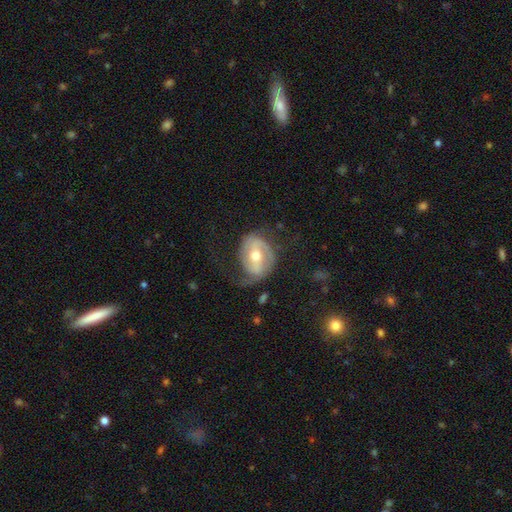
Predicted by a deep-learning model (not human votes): A featured or disk galaxy (77%) with a weak bar (42%), 2 (69%) medium (41%) spiral arms (88%) and a moderate central bulge (65%).

Vote fractions:
- Smooth or featured? featured or disk: 77% / smooth: 17% / star or artifact: 6%
- Edge-on disk? no: 96% / yes: 4%
- Bar? weak: 42% / strong: 32% / no: 26%
- Spiral arms? yes: 88% / no: 12%
- Spiral winding? medium: 41% / loose: 31% / tight: 28%
- Spiral arm count? 2: 69% / 1: 14% / can't tell: 11% / 3: 4% / 4: 1% / more than 4: 1%
- Bulge size? moderate: 65% / small: 29% / large: 4% / none: 1% / dominant: 1%
- Merging? none: 51% / minor disturbance: 24% / major disturbance: 23% / merger: 2%